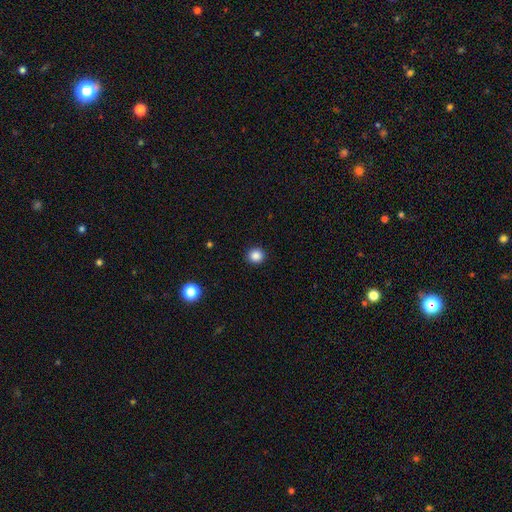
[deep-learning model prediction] Smooth or featured?
  - smooth: 86% *
  - star or artifact: 11%
  - featured or disk: 3%
How rounded?
  - round: 90% *
  - in between: 9%
  - cigar-shaped: 1%
Merging?
  - none: 92% *
  - minor disturbance: 5%
  - major disturbance: 2%
  - merger: 1%